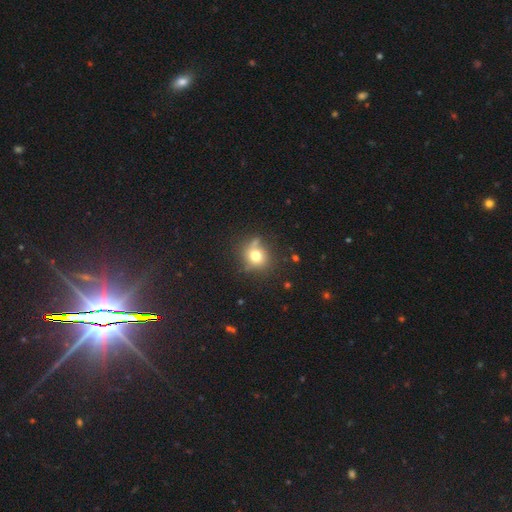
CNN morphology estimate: Smooth or featured? smooth (74%)
How rounded? round (82%)
Merging? none (69%)